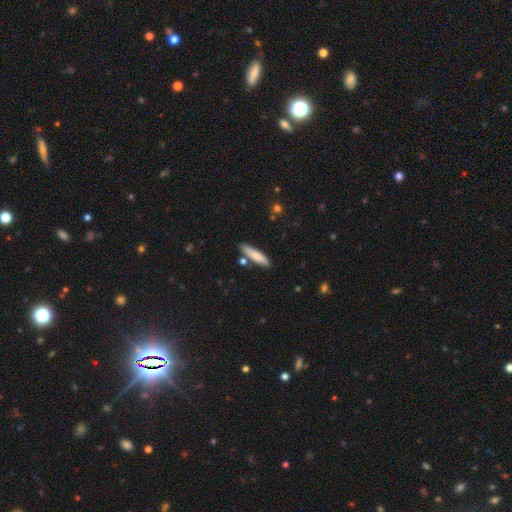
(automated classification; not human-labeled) This appears to be a smooth galaxy with no disk features (78%) that is cigar-shaped (76%). Merging: none (79%).